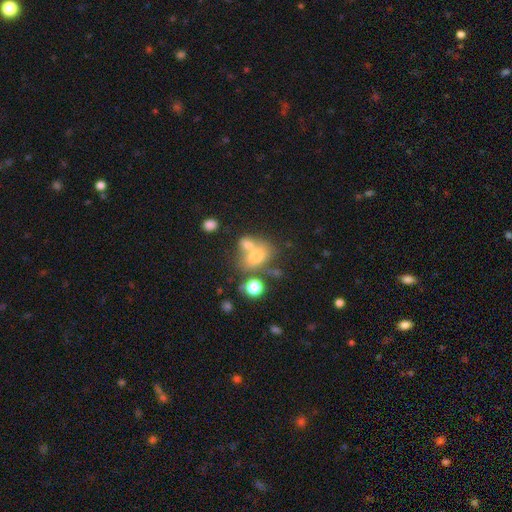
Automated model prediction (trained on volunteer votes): smooth-or-featured: smooth: 68% | featured or disk: 20% | star or artifact: 13%
  how-rounded: in between: 66% | round: 32% | cigar-shaped: 2%
  merging: merger: 48% | none: 33% | minor disturbance: 11% | major disturbance: 7%